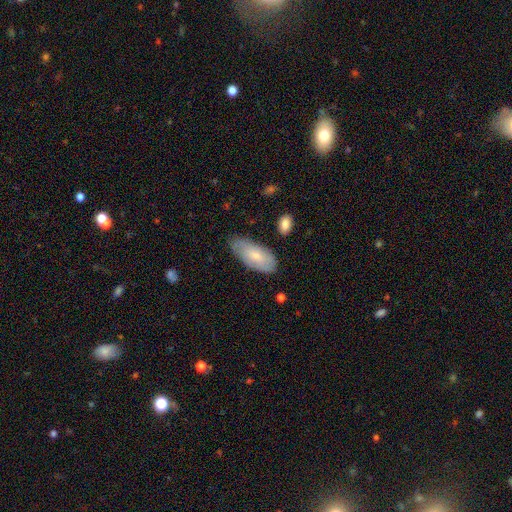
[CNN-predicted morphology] This appears to be a smooth galaxy with no disk features (70%) that is in between round and cigar-shaped (88%). Merging: none (67%).